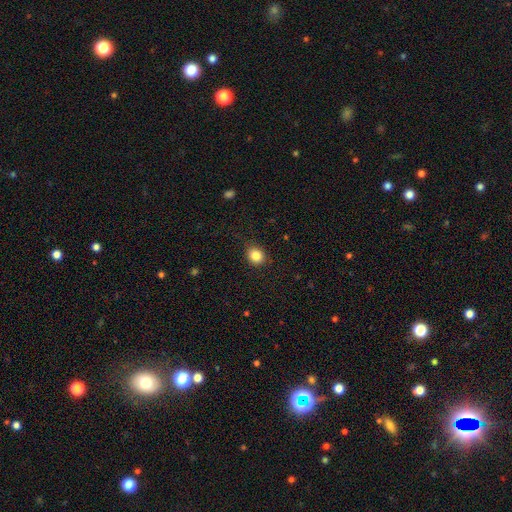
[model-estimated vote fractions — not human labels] Q: Smooth or featured?
A: smooth (85%); runner-up: star or artifact (11%)
Q: How rounded?
A: round (70%); runner-up: in between (29%)
Q: Merging?
A: none (84%); runner-up: minor disturbance (12%)